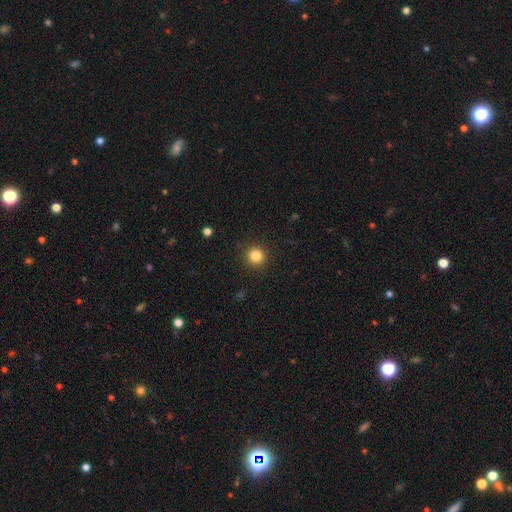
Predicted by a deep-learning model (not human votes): A smooth galaxy with no disk features (83%) that is round (95%). Merging: none (92%).